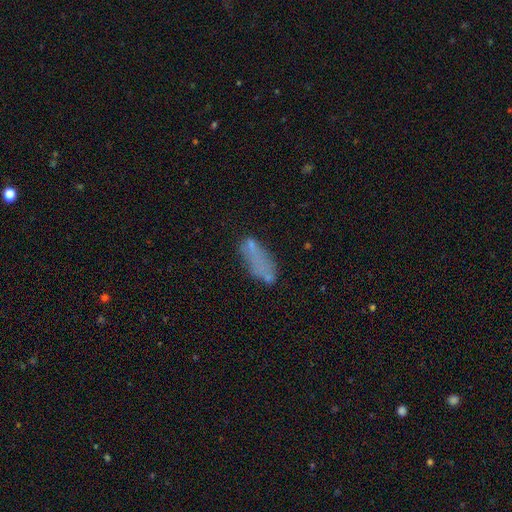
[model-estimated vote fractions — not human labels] Smooth or featured? Predicted: smooth (p=0.63). How rounded? Predicted: in between (p=0.63). Merging? Predicted: none (p=0.54).